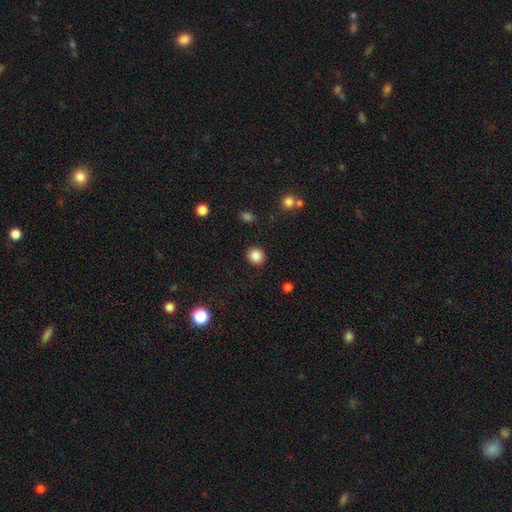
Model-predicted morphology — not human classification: smooth-or-featured: smooth: 86% | star or artifact: 10% | featured or disk: 4%
  how-rounded: round: 87% | in between: 12% | cigar-shaped: 1%
  merging: none: 91% | minor disturbance: 6% | major disturbance: 2% | merger: 1%